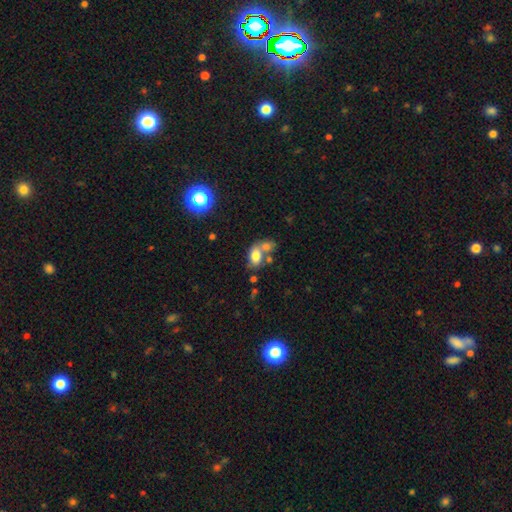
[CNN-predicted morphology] This is likely a smooth galaxy (73%). How rounded: clearly in between (83%). Merging: possibly merger (51%).